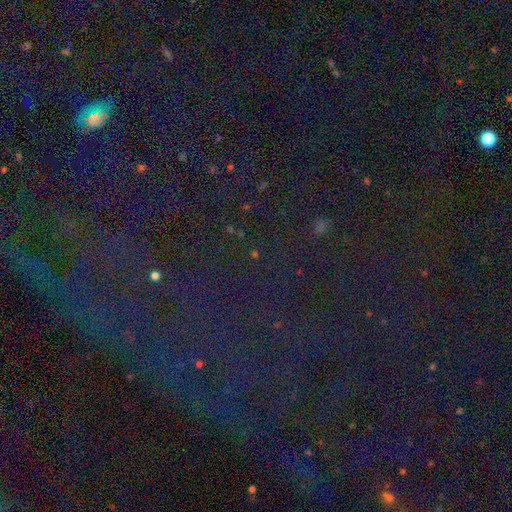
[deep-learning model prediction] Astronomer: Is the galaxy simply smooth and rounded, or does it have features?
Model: star or artifact — 81%.